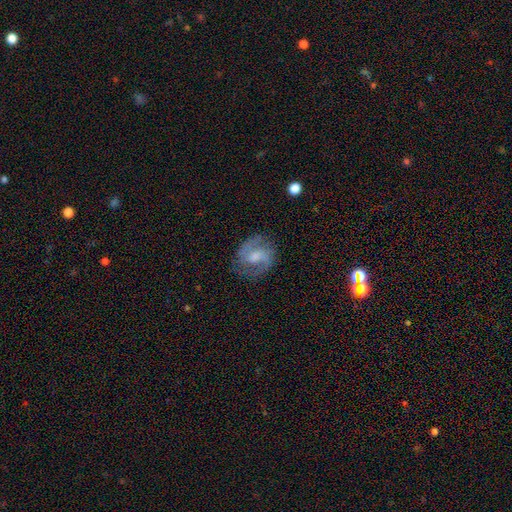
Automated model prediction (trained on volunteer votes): Smooth or featured? featured or disk (78%)
Edge-on disk? no (98%)
Bar? weak (55%)
Spiral arms? yes (94%)
Spiral winding? medium (55%)
Spiral arm count? 2 (88%)
Bulge size? moderate (43%)
Merging? none (76%)